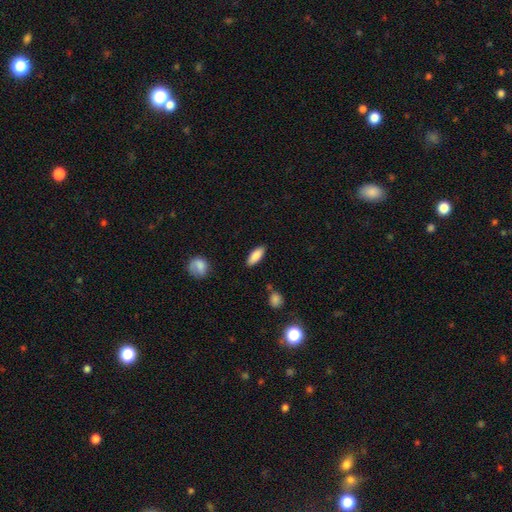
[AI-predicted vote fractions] Smooth or featured: smooth — 87% (featured or disk — 6%)
How rounded: in between — 77% (cigar-shaped — 21%)
Merging: none — 86% (minor disturbance — 10%)